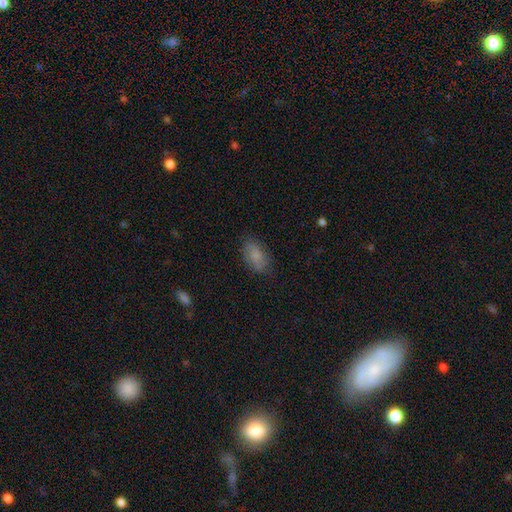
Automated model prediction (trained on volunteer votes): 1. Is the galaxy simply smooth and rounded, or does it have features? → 82% smooth, 10% featured or disk, 8% star or artifact.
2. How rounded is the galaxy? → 91% in between, 6% round, 3% cigar-shaped.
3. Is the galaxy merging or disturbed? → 78% none, 16% minor disturbance, 4% major disturbance, 1% merger.